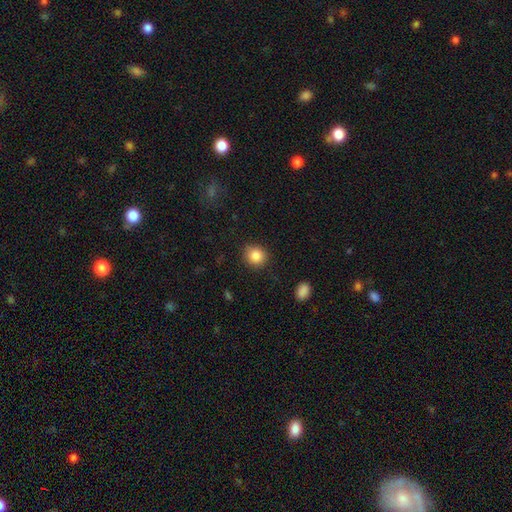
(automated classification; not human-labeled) Smooth or featured? Predicted: smooth (p=0.86). How rounded? Predicted: round (p=0.86). Merging? Predicted: none (p=0.86).